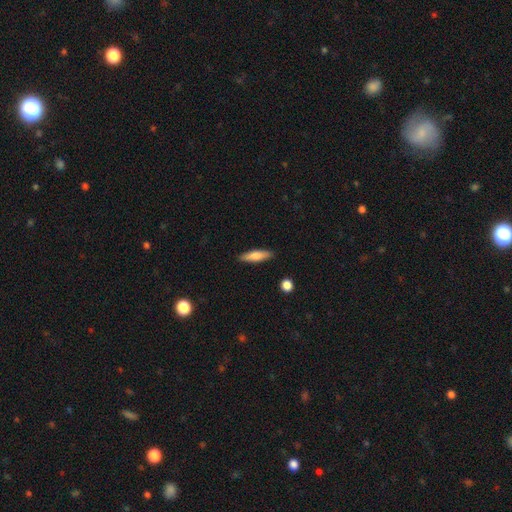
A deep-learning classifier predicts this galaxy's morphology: A smooth galaxy with no disk features (75%) that is cigar-shaped (69%).

Vote fractions:
- Smooth or featured? smooth: 75% / featured or disk: 19% / star or artifact: 6%
- How rounded? cigar-shaped: 69% / in between: 29% / round: 2%
- Merging? none: 88% / minor disturbance: 8% / major disturbance: 2% / merger: 2%